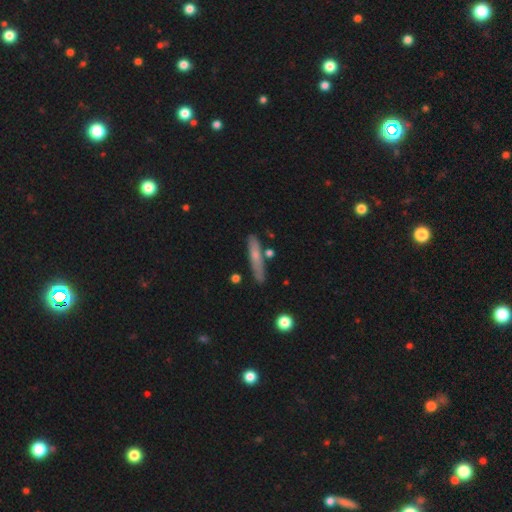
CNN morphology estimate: smooth_or_featured: smooth (p=0.59) [alt: featured or disk p=0.34]
how_rounded: cigar-shaped (p=0.89) [alt: in between p=0.09]
merging: none (p=0.77) [alt: minor disturbance p=0.15]